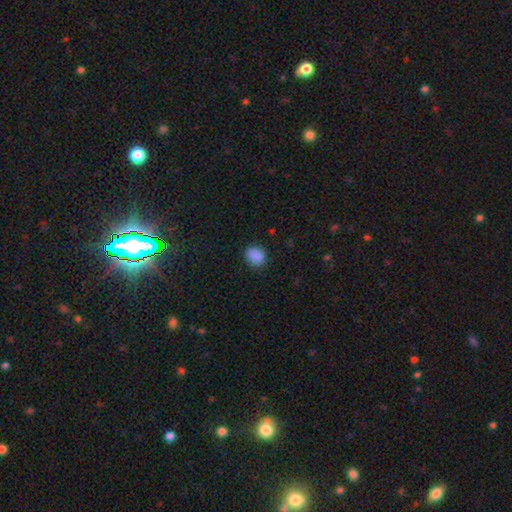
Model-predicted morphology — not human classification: Smooth or featured? Predicted: smooth (p=0.88). How rounded? Predicted: round (p=0.56). Merging? Predicted: none (p=0.84).